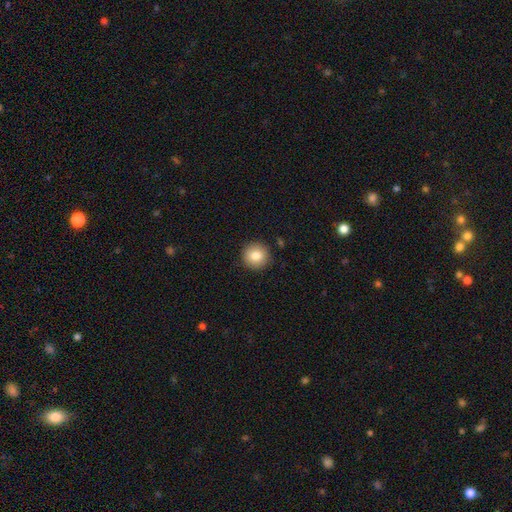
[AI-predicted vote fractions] Morphology: type=smooth (82%); roundness=round (95%); merging=none (91%).